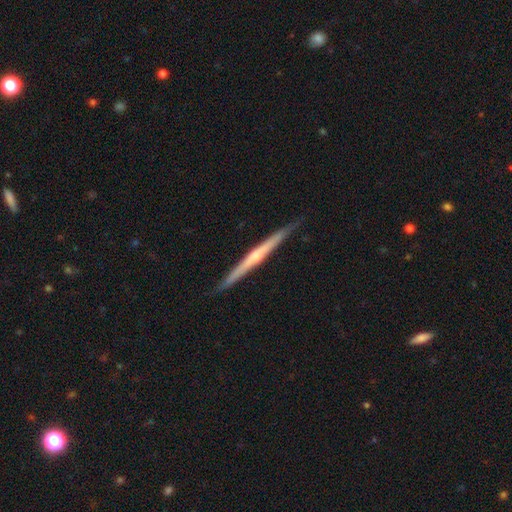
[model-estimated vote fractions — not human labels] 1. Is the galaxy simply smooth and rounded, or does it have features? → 70% featured or disk, 25% smooth, 5% star or artifact.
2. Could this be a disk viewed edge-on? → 98% yes, 2% no.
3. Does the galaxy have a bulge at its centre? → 58% rounded, 38% none, 5% boxy.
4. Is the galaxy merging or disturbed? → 89% none, 8% minor disturbance, 1% major disturbance, 1% merger.